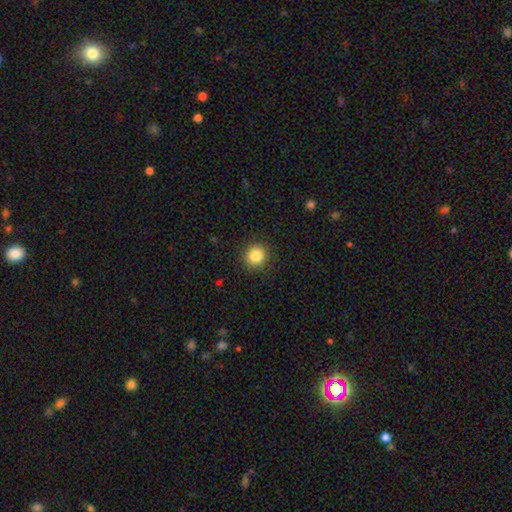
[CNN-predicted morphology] This is clearly a smooth galaxy (86%). How rounded: clearly round (92%). Merging: clearly none (91%).